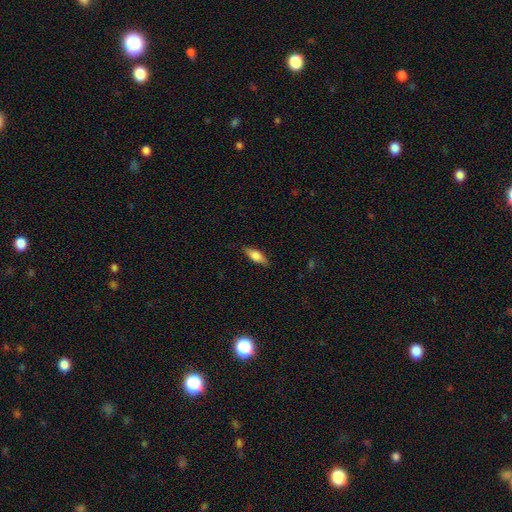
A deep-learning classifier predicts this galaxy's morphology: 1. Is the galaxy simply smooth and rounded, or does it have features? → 73% smooth, 20% featured or disk, 6% star or artifact.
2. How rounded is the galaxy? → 68% in between, 29% cigar-shaped, 3% round.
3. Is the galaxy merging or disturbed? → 83% none, 13% minor disturbance, 3% major disturbance, 1% merger.